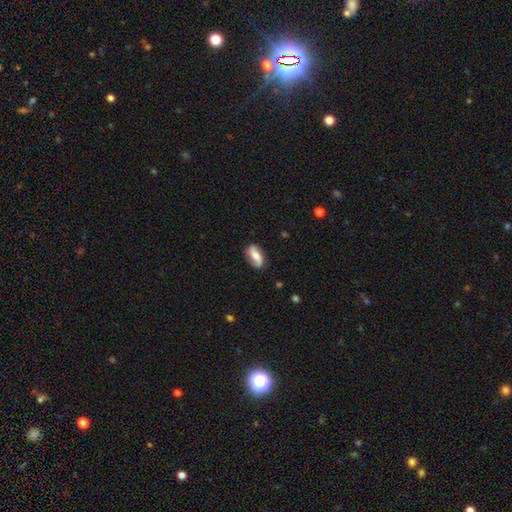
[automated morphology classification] Smooth or featured? Predicted: smooth (p=0.50). Merging? Predicted: none (p=0.77).